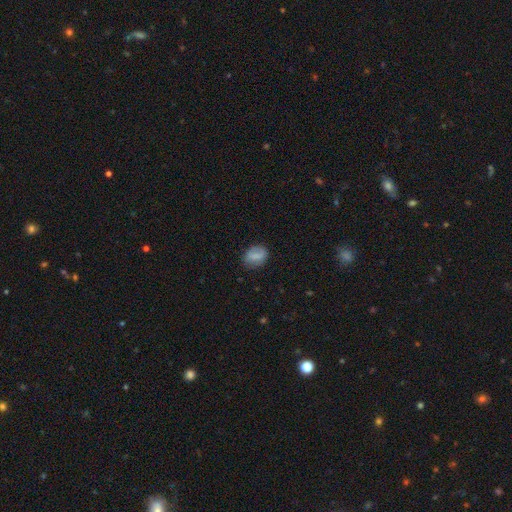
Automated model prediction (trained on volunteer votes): Q: Smooth or featured?
A: smooth (70%); runner-up: featured or disk (21%)
Q: How rounded?
A: in between (64%); runner-up: round (34%)
Q: Merging?
A: none (75%); runner-up: minor disturbance (18%)